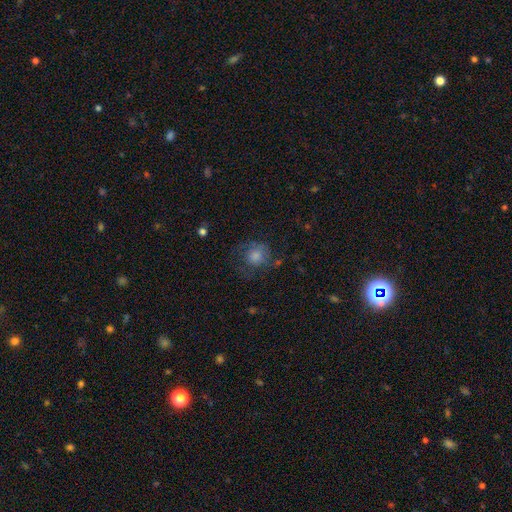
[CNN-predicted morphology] The model was most divided on "smooth or featured": smooth: 54%, featured or disk: 31%, star or artifact: 15%. More confident: how rounded — round (80%); merging — none (60%).